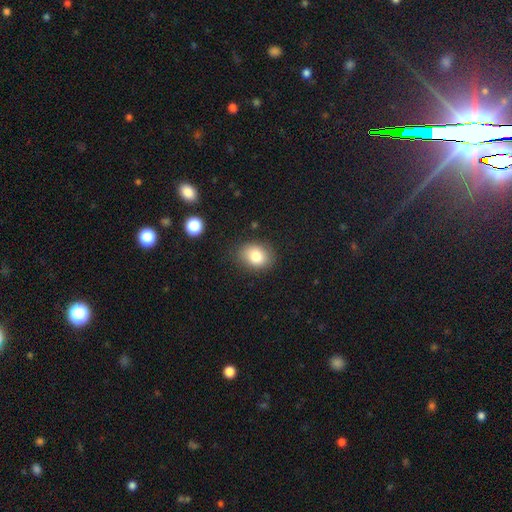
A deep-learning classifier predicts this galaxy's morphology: This is clearly a smooth galaxy (82%). How rounded: possibly in between (59%). Merging: clearly none (81%).